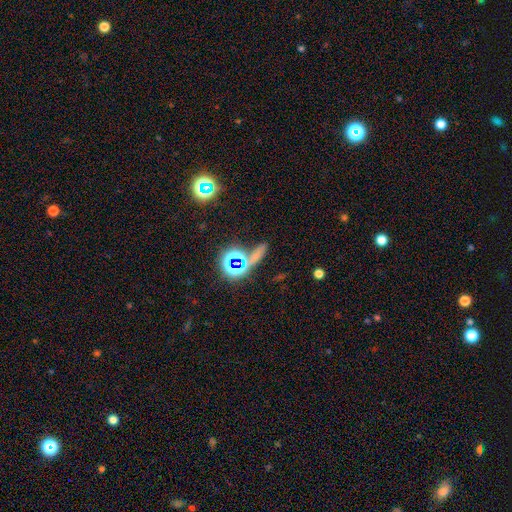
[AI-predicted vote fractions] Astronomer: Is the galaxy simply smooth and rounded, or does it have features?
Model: star or artifact — 50% (runner-up: smooth, 36%).